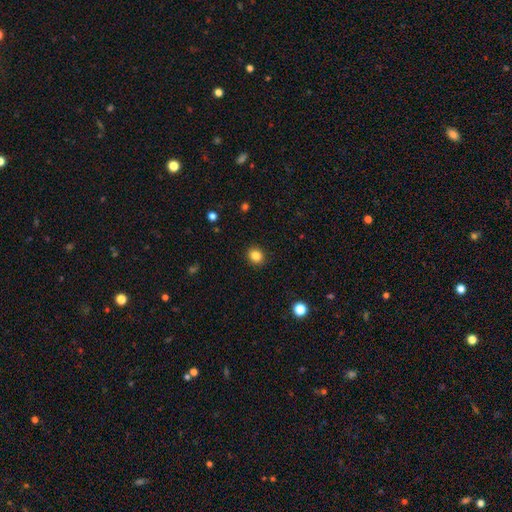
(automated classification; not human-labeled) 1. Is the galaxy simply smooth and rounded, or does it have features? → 84% smooth, 11% star or artifact, 5% featured or disk.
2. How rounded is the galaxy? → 73% round, 27% in between, 1% cigar-shaped.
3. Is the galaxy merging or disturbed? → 91% none, 6% minor disturbance, 2% major disturbance, 1% merger.